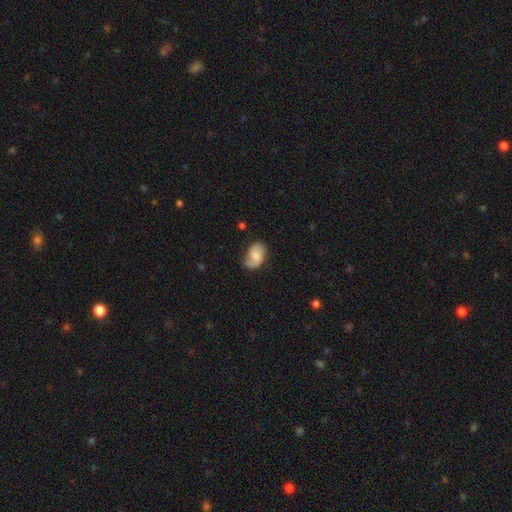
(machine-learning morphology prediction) This is possibly a featured or disk galaxy (49%). Merging: possibly none (57%).